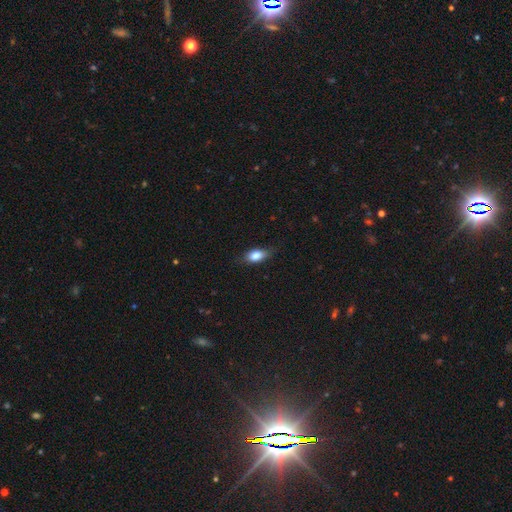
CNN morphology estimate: smooth 80%, featured or disk 12%, star or artifact 7%. Down the decision tree: how rounded — in between (82%); merging — none (76%).